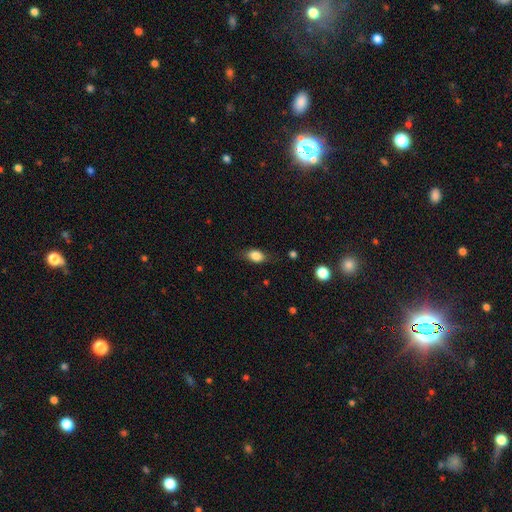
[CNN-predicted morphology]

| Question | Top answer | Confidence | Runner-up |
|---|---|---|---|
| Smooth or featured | smooth | 83% | featured or disk (9%) |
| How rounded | in between | 78% | round (18%) |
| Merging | none | 75% | minor disturbance (18%) |